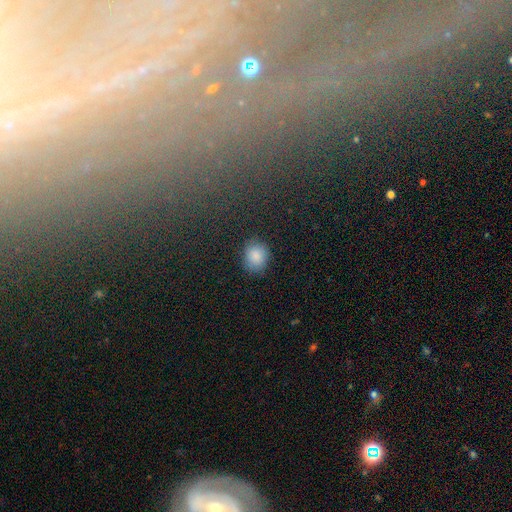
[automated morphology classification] The model was most divided on "how rounded": round: 70%, in between: 29%, cigar-shaped: 1%. More confident: smooth or featured — smooth (86%); merging — none (84%).